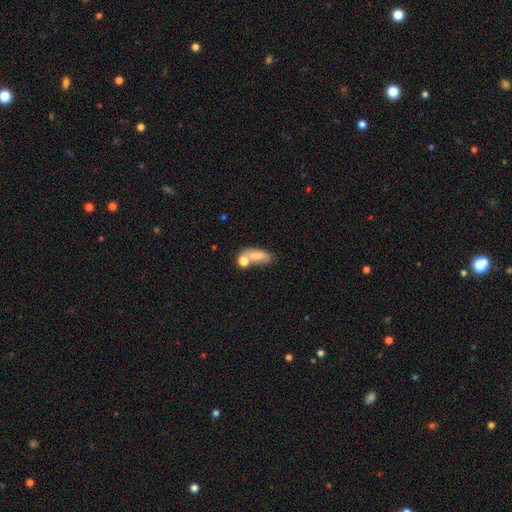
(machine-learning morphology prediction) type=smooth (72%); roundness=in between (74%); merging=none (37%).